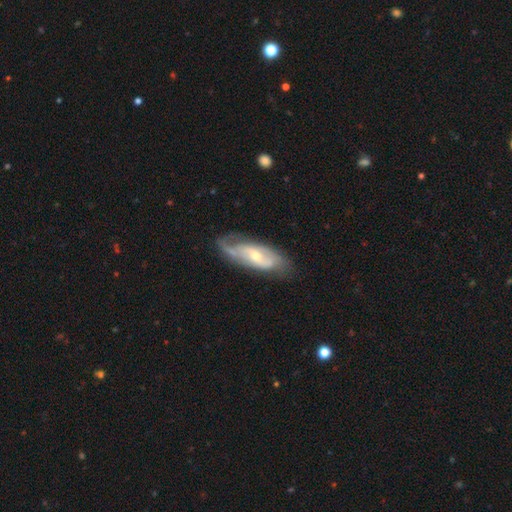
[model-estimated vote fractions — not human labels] smooth_or_featured: featured or disk (p=0.75) [alt: smooth p=0.20]
disk_edge_on: no (p=0.88) [alt: yes p=0.12]
bar: no (p=0.45) [alt: weak p=0.41]
has_spiral_arms: yes (p=0.87) [alt: no p=0.13]
spiral_winding: medium (p=0.42) [alt: tight p=0.30]
spiral_arm_count: 2 (p=0.60) [alt: can't tell p=0.22]
bulge_size: small (p=0.53) [alt: moderate p=0.42]
merging: none (p=0.63) [alt: minor disturbance p=0.24]